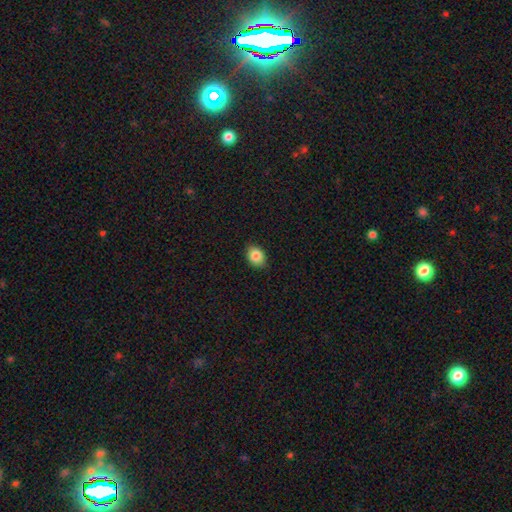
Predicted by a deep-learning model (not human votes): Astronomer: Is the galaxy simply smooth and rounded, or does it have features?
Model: smooth — 85%.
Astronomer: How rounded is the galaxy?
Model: in between — 63%.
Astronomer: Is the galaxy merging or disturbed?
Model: none — 86%.